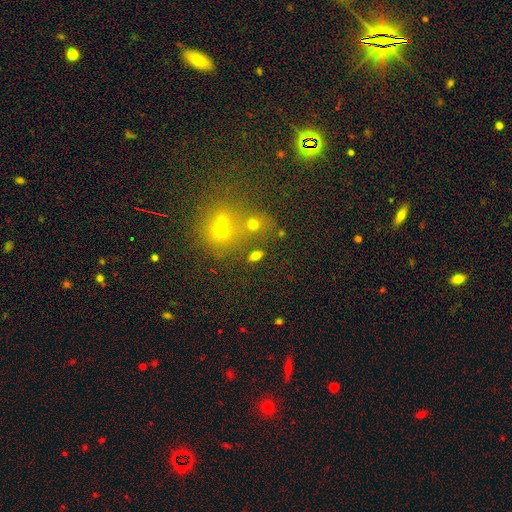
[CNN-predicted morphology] Smooth or featured? Predicted: smooth (p=0.70). How rounded? Predicted: in between (p=0.79). Merging? Predicted: none (p=0.75).